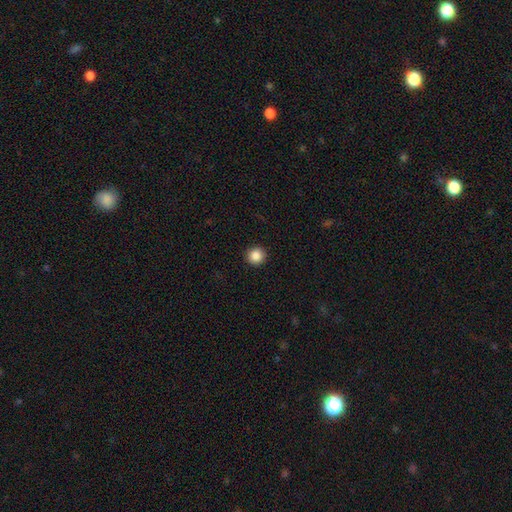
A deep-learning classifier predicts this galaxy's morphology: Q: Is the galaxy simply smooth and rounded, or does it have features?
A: smooth — 87%.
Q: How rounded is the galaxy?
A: round — 95%.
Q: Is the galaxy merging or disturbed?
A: none — 93%.